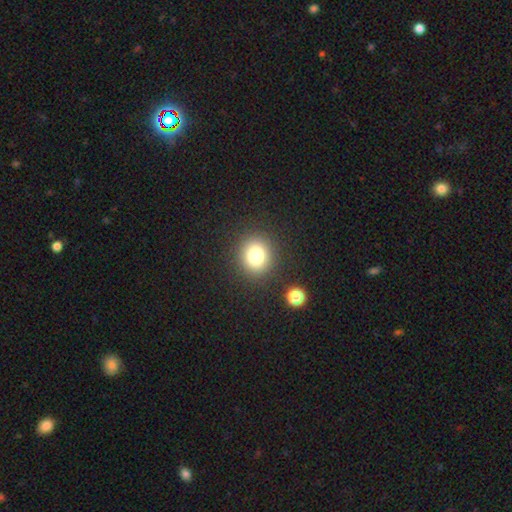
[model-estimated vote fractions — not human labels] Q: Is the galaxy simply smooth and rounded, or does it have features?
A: smooth — 77%.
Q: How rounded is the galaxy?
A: round — 83%.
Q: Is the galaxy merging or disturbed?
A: none — 88%.